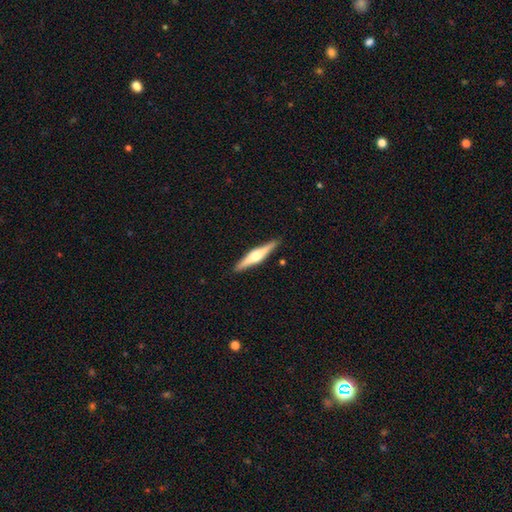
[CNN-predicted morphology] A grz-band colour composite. It shows a featured or disk galaxy (67%) viewed edge-on (97%) with a rounded central bulge (91%). Merging: none (90%).